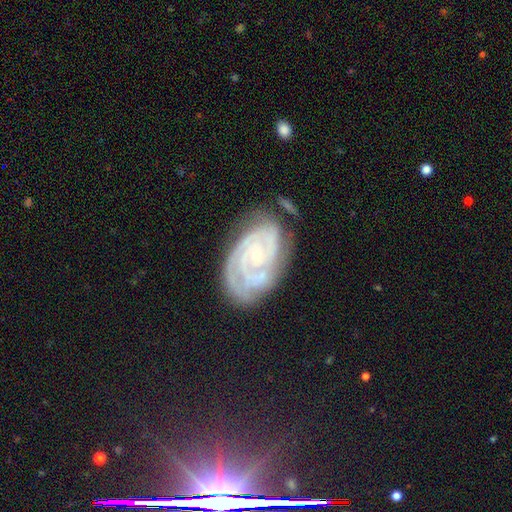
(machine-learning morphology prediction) A featured or disk galaxy (87%) with no bar (71%), 2 (33%) tight (79%) spiral arms (97%) and a small central bulge (75%). Merging: none (66%).